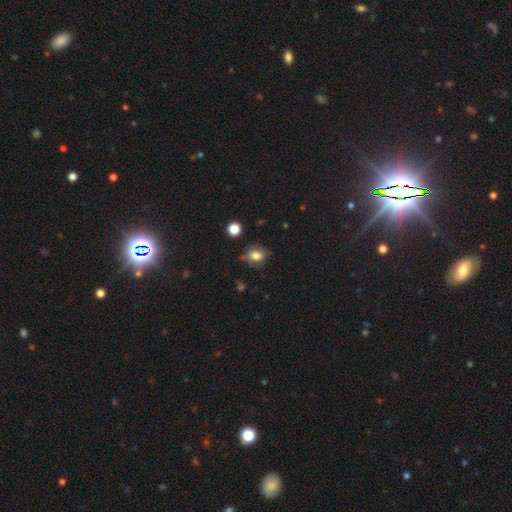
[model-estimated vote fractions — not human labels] Overall: smooth (77%). How rounded: in between (65%; round 34%). Merging: none (70%).